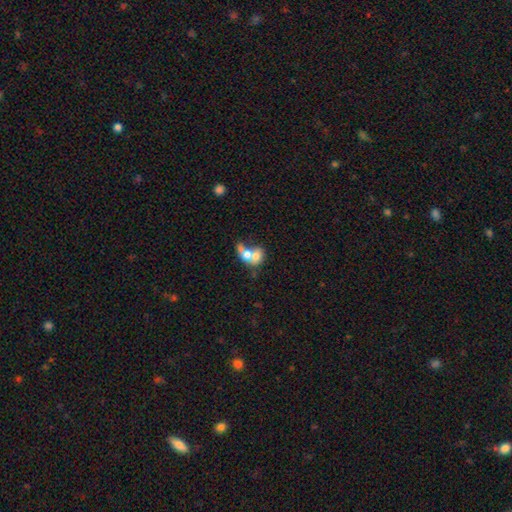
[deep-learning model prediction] A smooth galaxy with no disk features (63%) that is in between round and cigar-shaped (64%).

Vote fractions:
- Smooth or featured? smooth: 63% / featured or disk: 29% / star or artifact: 8%
- How rounded? in between: 64% / round: 34% / cigar-shaped: 2%
- Merging? merger: 76% / none: 12% / major disturbance: 6% / minor disturbance: 6%